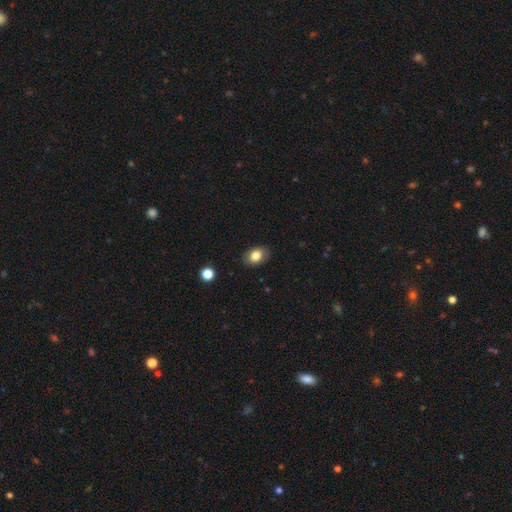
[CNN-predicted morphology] Smooth or featured? smooth (82%)
How rounded? in between (77%)
Merging? none (85%)